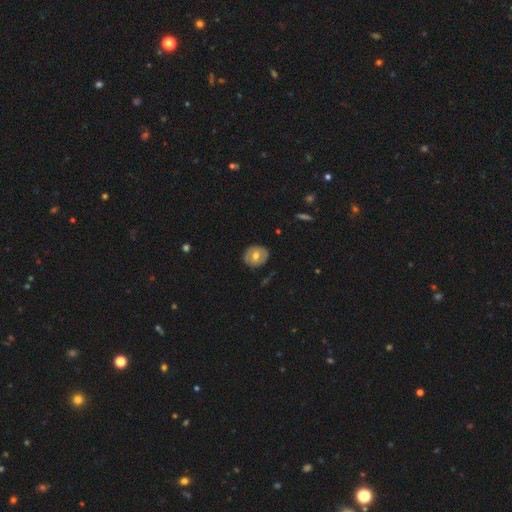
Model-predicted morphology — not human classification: Q: Smooth or featured?
A: smooth (52%); runner-up: featured or disk (40%)
Q: How rounded?
A: round (70%); runner-up: in between (29%)
Q: Merging?
A: none (81%); runner-up: minor disturbance (14%)